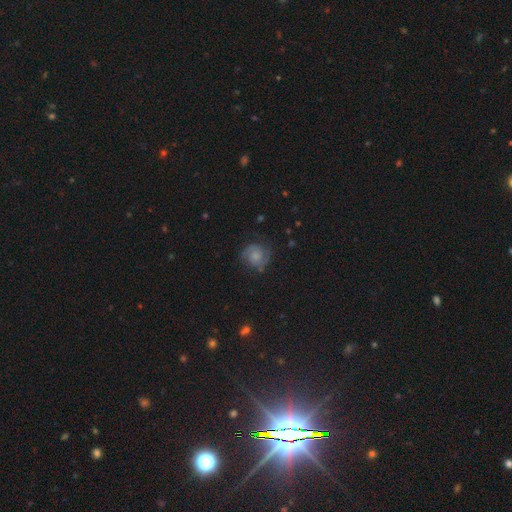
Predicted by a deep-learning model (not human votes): Smooth or featured? featured or disk (60%)
Edge-on disk? no (98%)
Bar? no (72%)
Spiral arms? yes (92%)
Spiral winding? medium (44%)
Spiral arm count? 2 (80%)
Bulge size? small (37%)
Merging? none (71%)